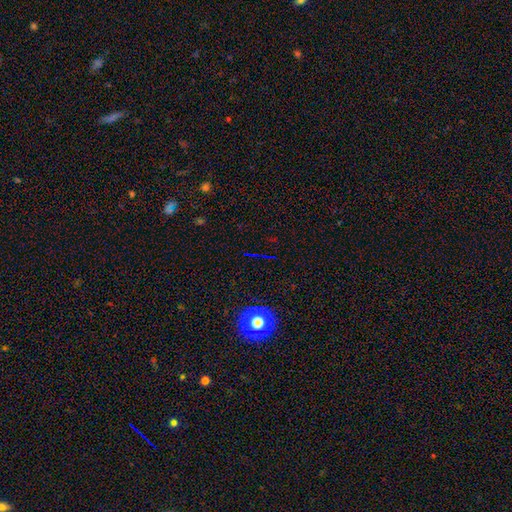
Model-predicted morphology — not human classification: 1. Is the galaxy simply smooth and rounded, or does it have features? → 70% star or artifact, 20% smooth, 10% featured or disk.